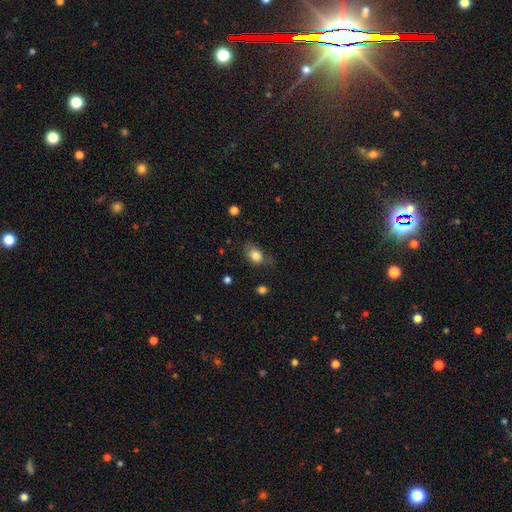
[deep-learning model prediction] This is clearly a smooth galaxy (81%). How rounded: likely in between (71%). Merging: possibly none (53%).